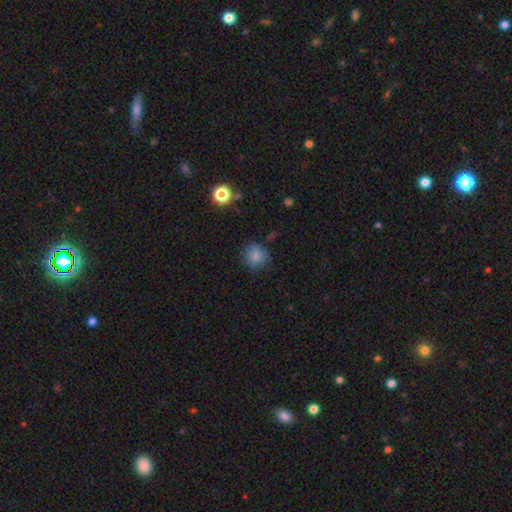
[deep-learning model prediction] smooth_or_featured: smooth (p=0.82) [alt: star or artifact p=0.11]
how_rounded: round (p=0.88) [alt: in between p=0.11]
merging: none (p=0.78) [alt: minor disturbance p=0.16]